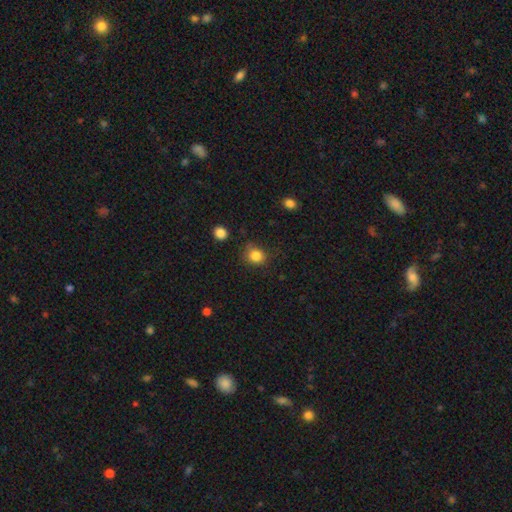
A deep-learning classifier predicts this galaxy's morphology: The model was most divided on "how rounded": round: 74%, in between: 25%, cigar-shaped: 1%. More confident: smooth or featured — smooth (84%); merging — none (71%).